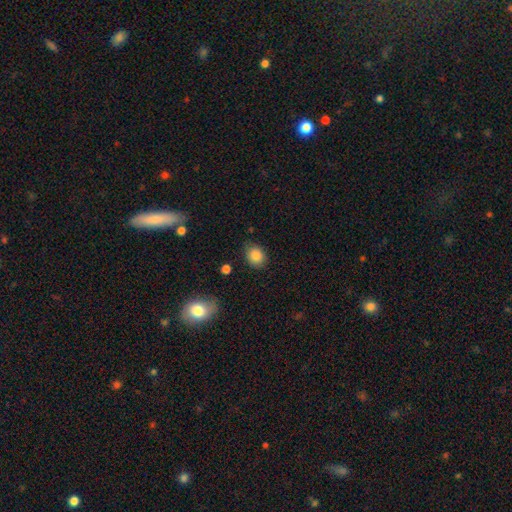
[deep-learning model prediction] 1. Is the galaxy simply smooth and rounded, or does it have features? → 86% smooth, 9% star or artifact, 5% featured or disk.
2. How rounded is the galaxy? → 50% round, 49% in between, 1% cigar-shaped.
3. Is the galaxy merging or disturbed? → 79% none, 15% minor disturbance, 4% major disturbance, 2% merger.